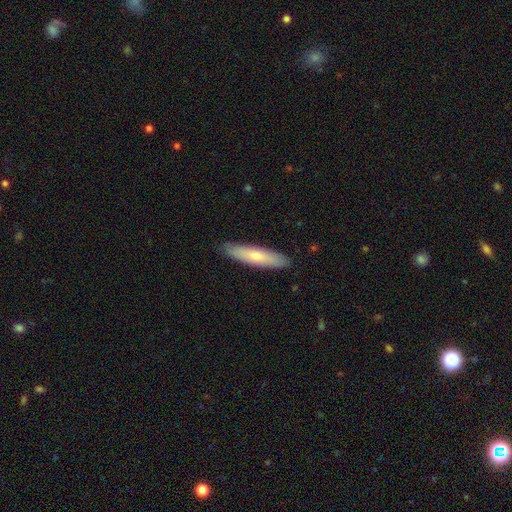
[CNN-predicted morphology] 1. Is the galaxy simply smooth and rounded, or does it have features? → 66% smooth, 29% featured or disk, 5% star or artifact.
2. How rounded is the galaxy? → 79% cigar-shaped, 20% in between, 1% round.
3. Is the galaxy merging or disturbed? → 89% none, 9% minor disturbance, 2% major disturbance, 1% merger.